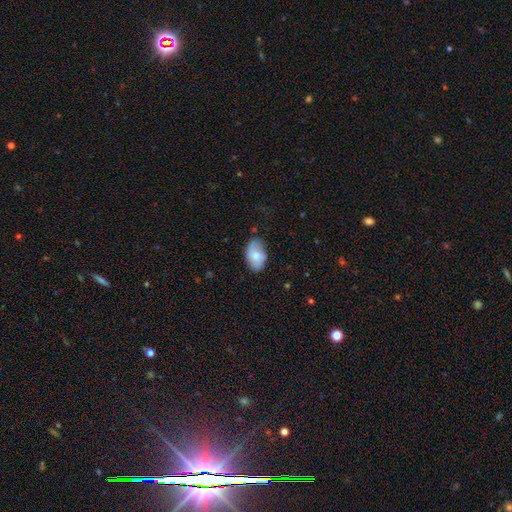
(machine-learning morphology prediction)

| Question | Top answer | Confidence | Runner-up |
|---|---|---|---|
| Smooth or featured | smooth | 70% | featured or disk (23%) |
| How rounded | in between | 92% | round (7%) |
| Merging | none | 69% | minor disturbance (24%) |